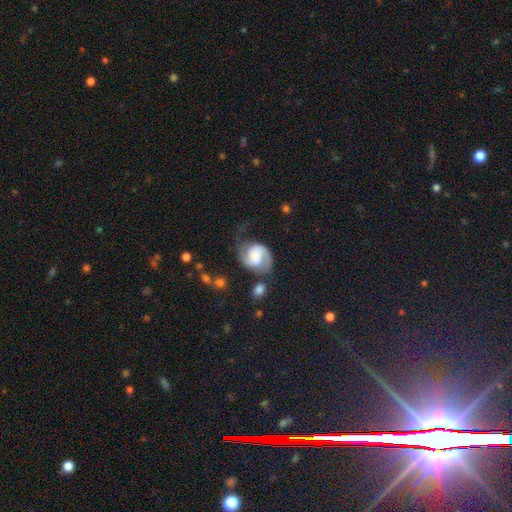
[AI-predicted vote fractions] Smooth or featured? Predicted: featured or disk (p=0.74). Edge-on disk? Predicted: no (p=0.98). Bar? Predicted: no (p=0.52). Spiral arms? Predicted: yes (p=0.94). Spiral winding? Predicted: medium (p=0.46). Spiral arm count? Predicted: 2 (p=0.84). Bulge size? Predicted: large (p=0.31). Merging? Predicted: none (p=0.43).